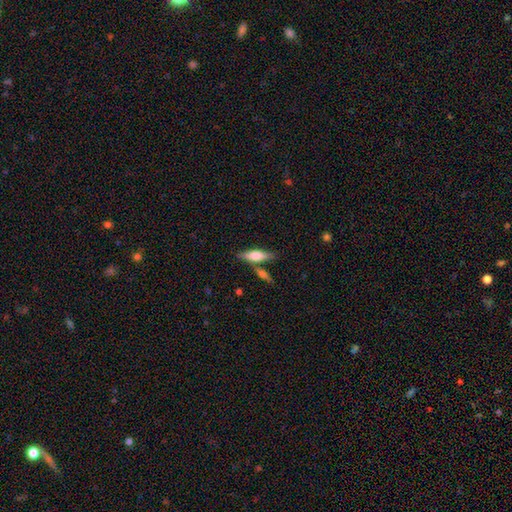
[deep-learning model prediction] This appears to be a smooth galaxy with no disk features (57%) that is cigar-shaped (60%). Merging: none (68%).